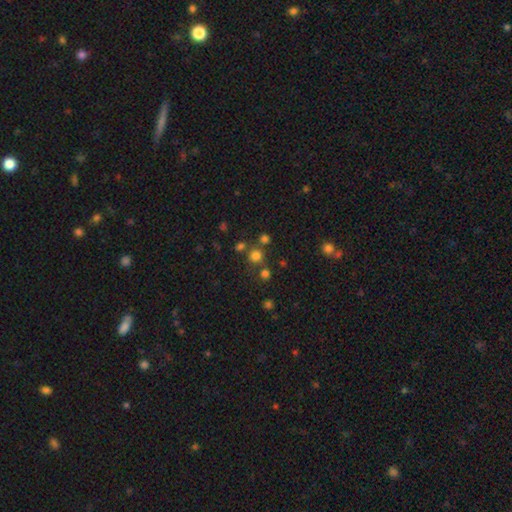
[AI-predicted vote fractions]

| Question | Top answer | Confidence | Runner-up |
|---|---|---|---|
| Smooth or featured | smooth | 71% | star or artifact (23%) |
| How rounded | round | 90% | in between (9%) |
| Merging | none | 72% | merger (16%) |